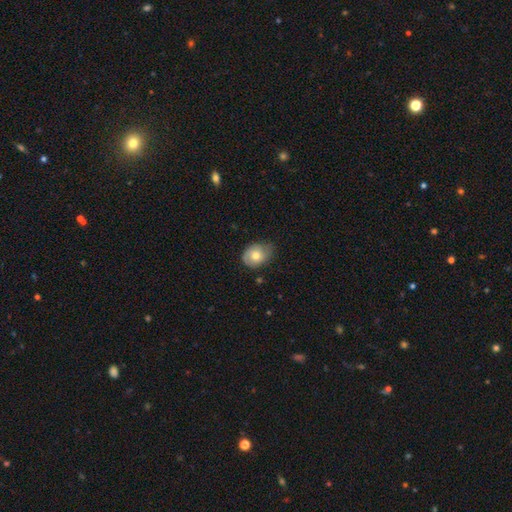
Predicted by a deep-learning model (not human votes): Smooth or featured? Predicted: smooth (p=0.66). How rounded? Predicted: in between (p=0.60). Merging? Predicted: none (p=0.61).